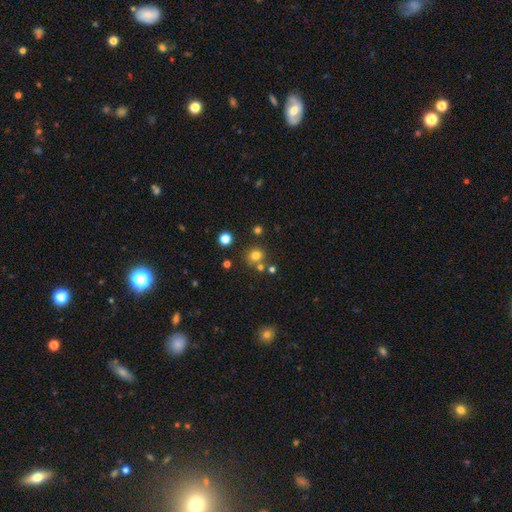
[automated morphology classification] smooth-or-featured: smooth: 74% | star or artifact: 18% | featured or disk: 8%
  how-rounded: round: 89% | in between: 10% | cigar-shaped: 1%
  merging: none: 74% | merger: 14% | minor disturbance: 8% | major disturbance: 3%